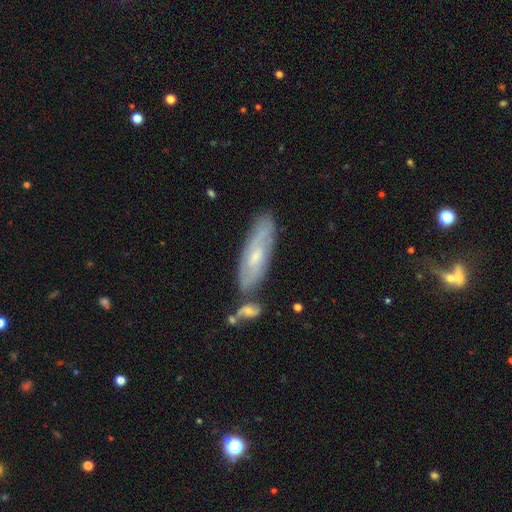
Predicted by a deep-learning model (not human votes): smooth-or-featured: featured or disk: 56% | smooth: 36% | star or artifact: 7%
  disk-edge-on: no: 68% | yes: 32%
  merging: none: 64% | merger: 17% | minor disturbance: 15% | major disturbance: 4%